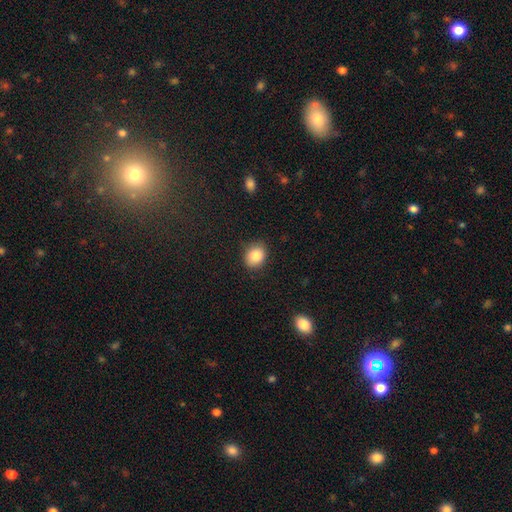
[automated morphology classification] type=smooth (85%); roundness=round (51%); merging=none (86%).